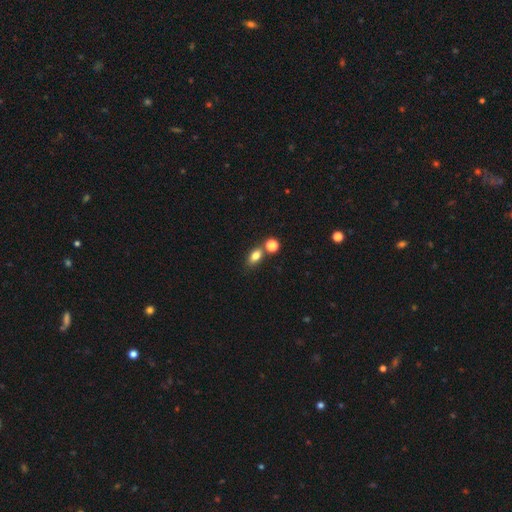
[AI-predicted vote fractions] The model was most divided on "merging": none: 61%, merger: 24%, minor disturbance: 11%, major disturbance: 4%. More confident: smooth or featured — smooth (80%); how rounded — in between (77%).